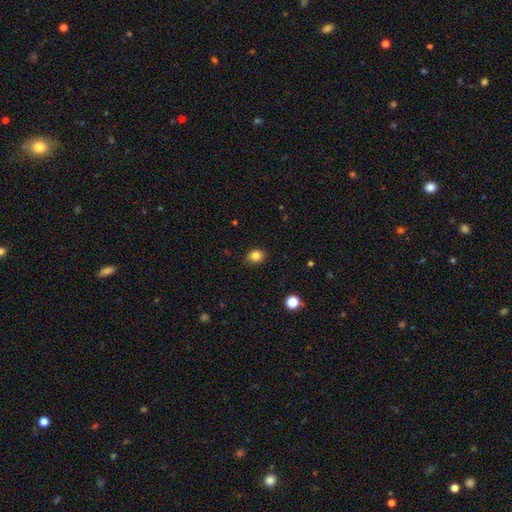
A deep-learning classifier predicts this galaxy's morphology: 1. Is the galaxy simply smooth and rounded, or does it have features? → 84% smooth, 11% star or artifact, 5% featured or disk.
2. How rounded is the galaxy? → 54% round, 45% in between, 1% cigar-shaped.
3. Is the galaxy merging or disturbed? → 85% none, 12% minor disturbance, 2% major disturbance, 1% merger.